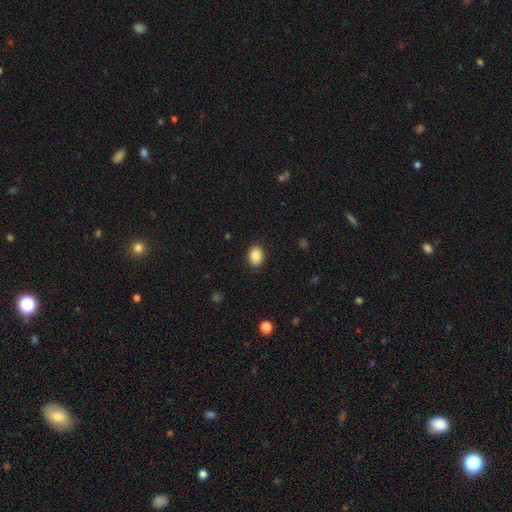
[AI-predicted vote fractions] smooth 88%, star or artifact 8%, featured or disk 4%. Down the decision tree: how rounded — in between (63%); merging — none (89%).